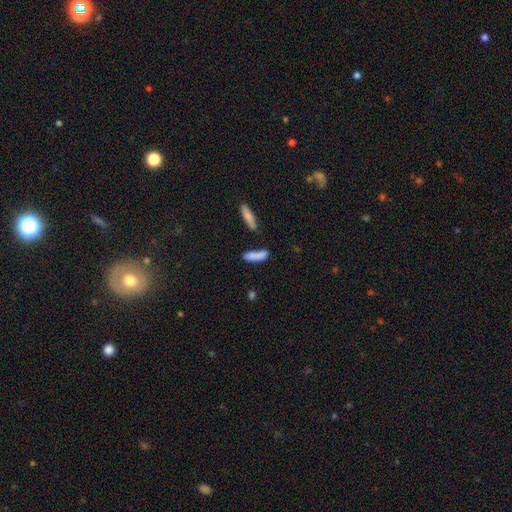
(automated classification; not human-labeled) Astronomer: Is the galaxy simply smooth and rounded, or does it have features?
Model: smooth — 79%.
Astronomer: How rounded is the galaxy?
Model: cigar-shaped — 60% (runner-up: in between, 37%).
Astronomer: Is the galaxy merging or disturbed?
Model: none — 55%.